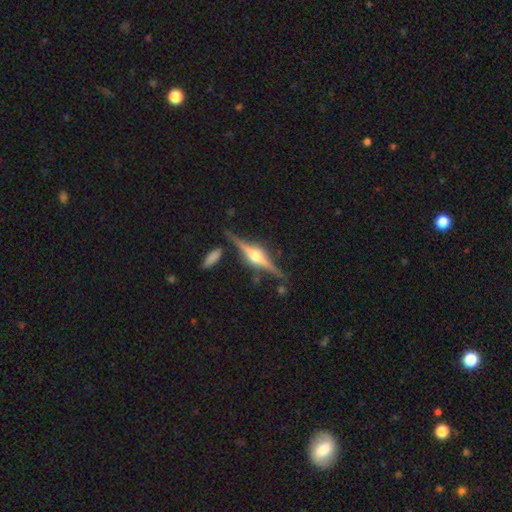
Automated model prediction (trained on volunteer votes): smooth-or-featured: featured or disk: 85% | smooth: 9% | star or artifact: 6%
  disk-edge-on: yes: 98% | no: 2%
    edge-on-bulge: rounded: 94% | boxy: 5% | none: 2%
  merging: none: 83% | minor disturbance: 11% | merger: 4% | major disturbance: 3%